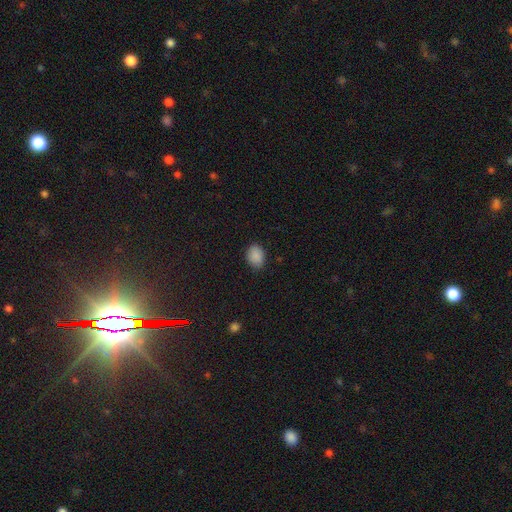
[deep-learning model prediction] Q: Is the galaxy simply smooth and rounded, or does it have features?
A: smooth — 88%.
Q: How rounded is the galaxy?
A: in between — 68%.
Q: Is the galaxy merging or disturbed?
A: none — 80%.